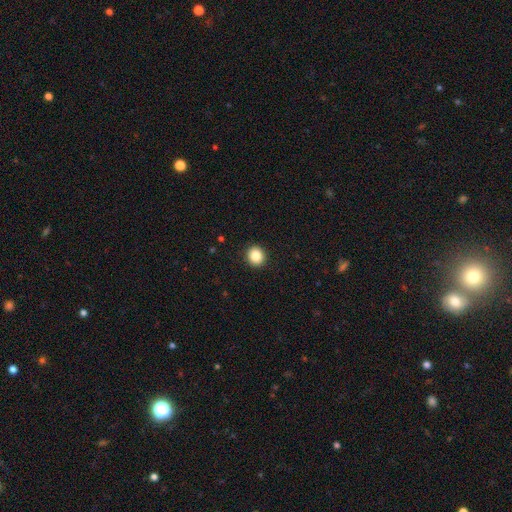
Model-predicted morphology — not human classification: smooth_or_featured: smooth (p=0.86) [alt: star or artifact p=0.10]
how_rounded: round (p=0.86) [alt: in between p=0.13]
merging: none (p=0.93) [alt: minor disturbance p=0.05]